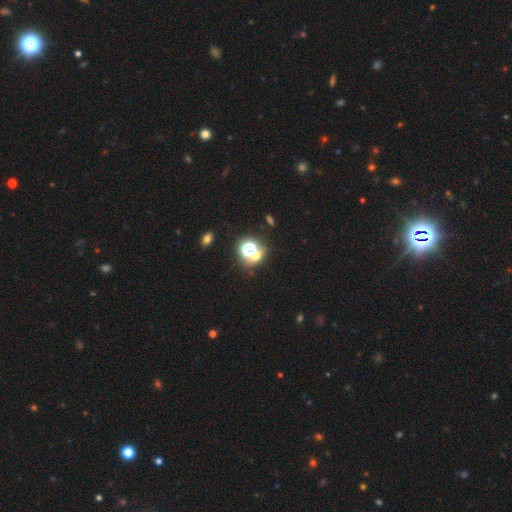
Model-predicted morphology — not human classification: A star or artifact, not a galaxy (53%).

Vote fractions:
- Smooth or featured? star or artifact: 53% / smooth: 37% / featured or disk: 11%